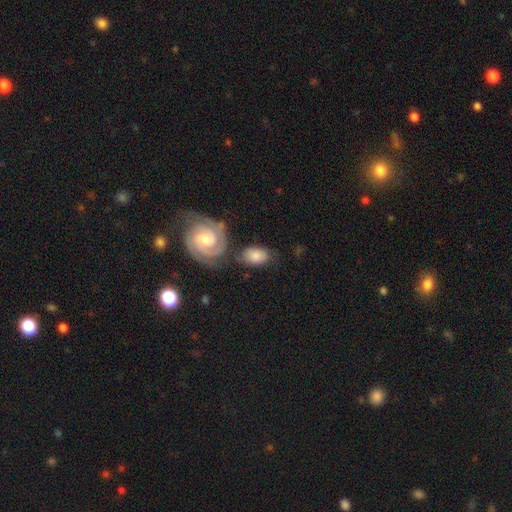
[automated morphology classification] type=smooth (60%); roundness=in between (85%); merging=none (58%).